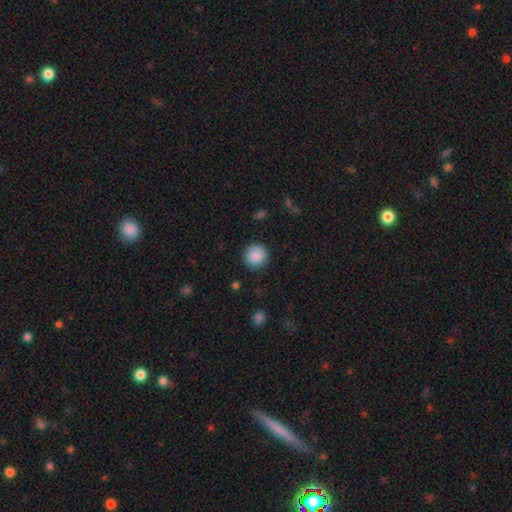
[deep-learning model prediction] Q: Smooth or featured?
A: smooth (89%); runner-up: star or artifact (8%)
Q: How rounded?
A: round (94%); runner-up: in between (5%)
Q: Merging?
A: none (90%); runner-up: minor disturbance (6%)